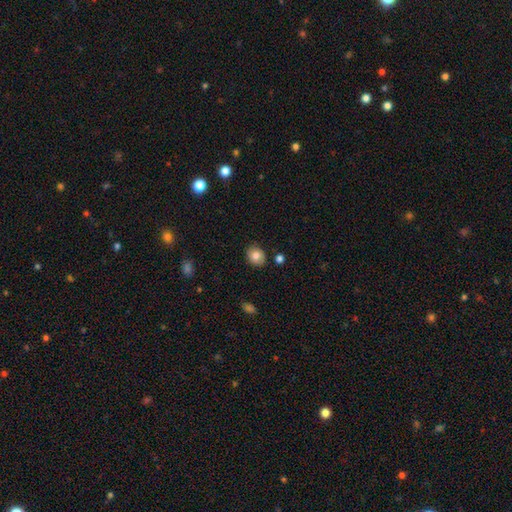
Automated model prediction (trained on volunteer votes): A smooth galaxy with no disk features (80%) that is round (62%). Merging: none (86%).